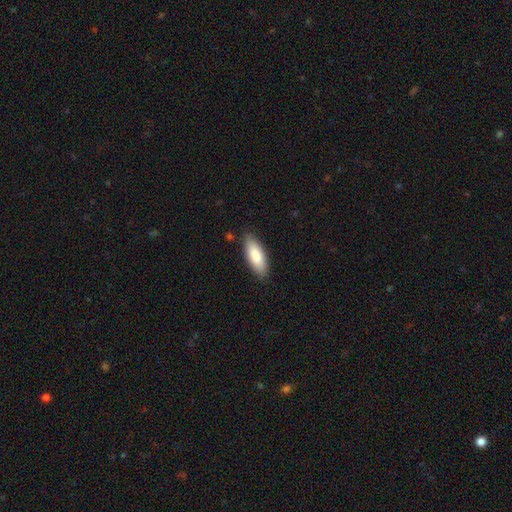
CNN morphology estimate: Q: Smooth or featured?
A: smooth (86%); runner-up: featured or disk (9%)
Q: How rounded?
A: in between (74%); runner-up: cigar-shaped (24%)
Q: Merging?
A: none (85%); runner-up: minor disturbance (11%)